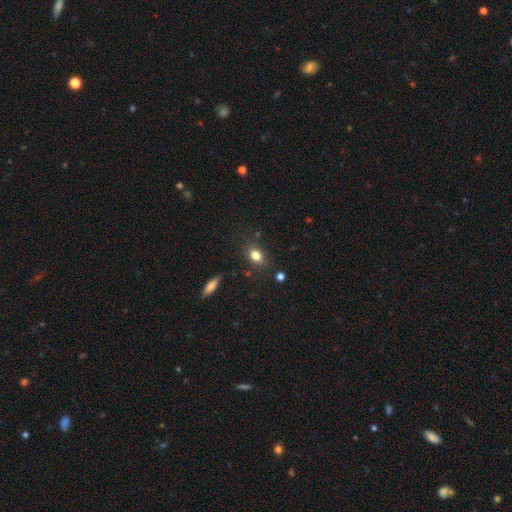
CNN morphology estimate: Smooth or featured? Predicted: smooth (p=0.81). How rounded? Predicted: in between (p=0.63). Merging? Predicted: none (p=0.81).